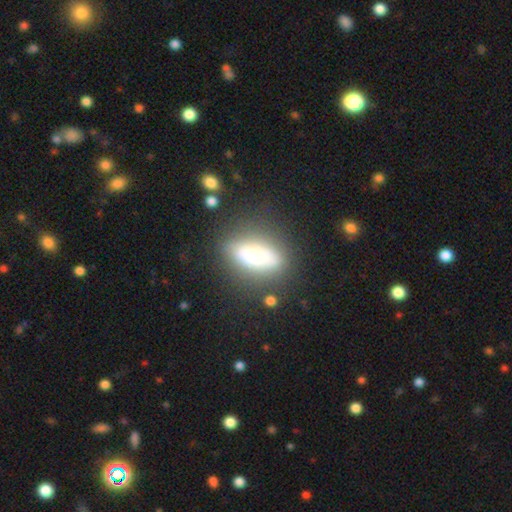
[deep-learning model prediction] Q: Smooth or featured?
A: smooth (52%); runner-up: featured or disk (39%)
Q: How rounded?
A: in between (80%); runner-up: cigar-shaped (11%)
Q: Merging?
A: none (69%); runner-up: minor disturbance (18%)